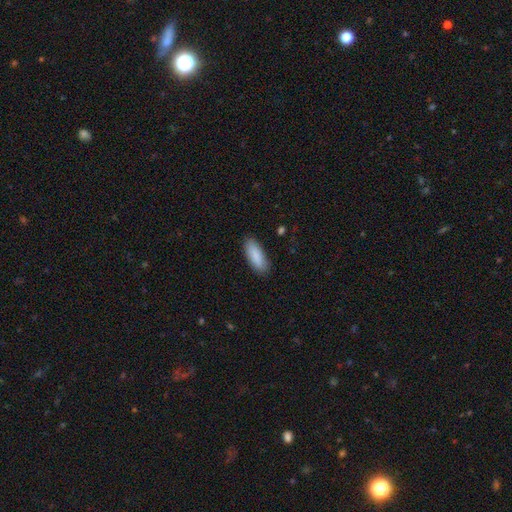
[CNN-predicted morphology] Overall: smooth (89%). How rounded: in between (74%). Merging: none (87%).